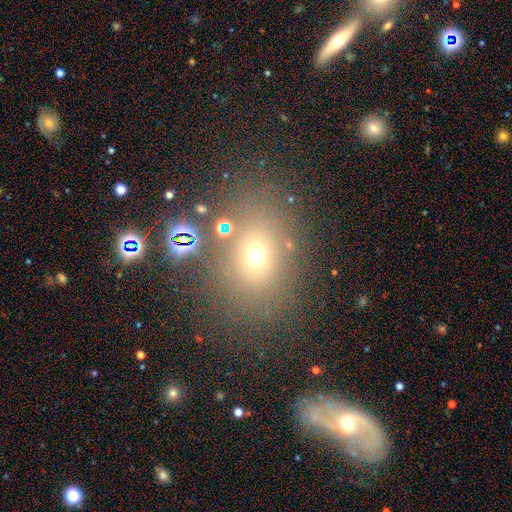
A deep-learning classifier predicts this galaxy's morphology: Smooth or featured? smooth (62%)
How rounded? in between (57%)
Merging? none (74%)